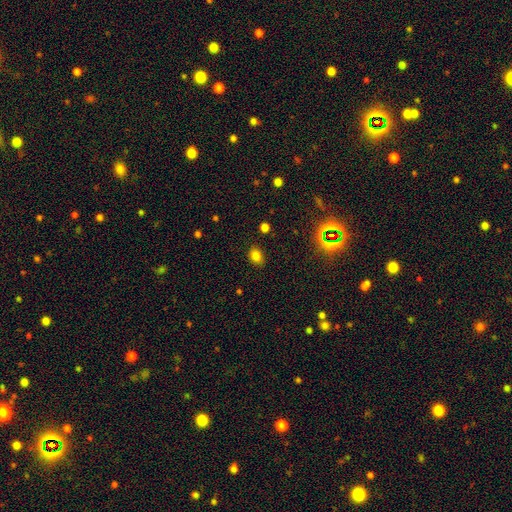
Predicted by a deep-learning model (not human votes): smooth-or-featured: smooth: 79% | star or artifact: 14% | featured or disk: 6%
  how-rounded: in between: 65% | round: 34% | cigar-shaped: 1%
  merging: none: 86% | minor disturbance: 10% | major disturbance: 3% | merger: 2%